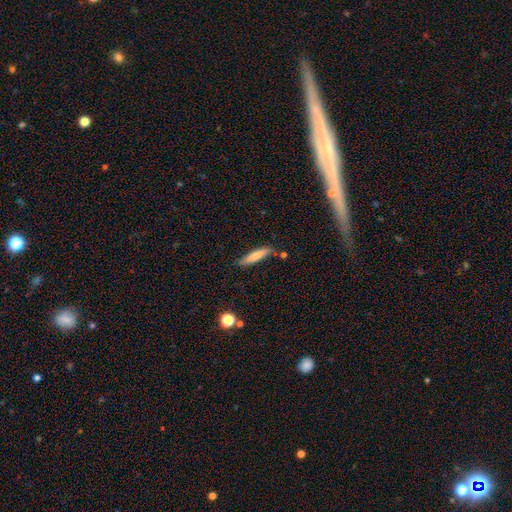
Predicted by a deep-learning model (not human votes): Smooth or featured?
  - smooth: 76% *
  - featured or disk: 18%
  - star or artifact: 7%
How rounded?
  - cigar-shaped: 86% *
  - in between: 13%
  - round: 1%
Merging?
  - none: 80% *
  - minor disturbance: 13%
  - merger: 4%
  - major disturbance: 3%